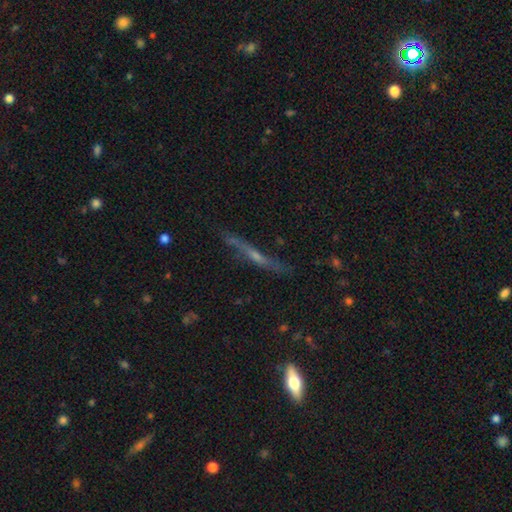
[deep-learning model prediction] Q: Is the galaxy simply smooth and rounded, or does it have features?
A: featured or disk — 65%.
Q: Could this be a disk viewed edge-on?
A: yes — 84%.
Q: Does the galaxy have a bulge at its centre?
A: rounded — 49%.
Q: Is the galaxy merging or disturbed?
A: none — 70%.